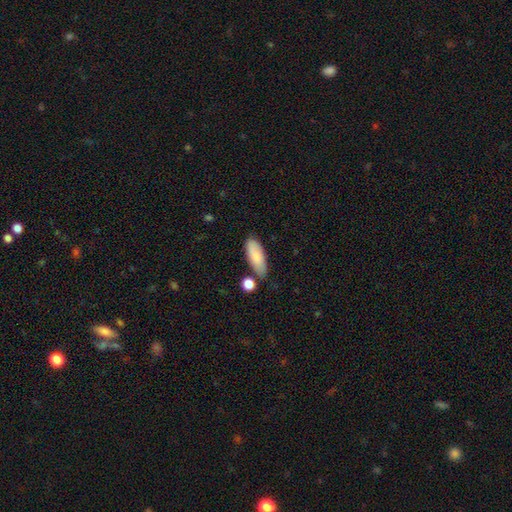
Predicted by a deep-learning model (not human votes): A smooth galaxy with no disk features (84%) that is in between round and cigar-shaped (71%). Merging: none (72%).